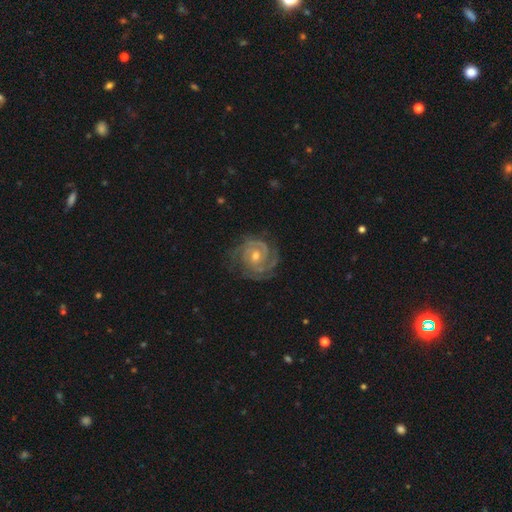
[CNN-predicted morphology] featured or disk 90%, star or artifact 5%, smooth 5%. Down the decision tree: edge-on disk — no (98%); bar — no (62%); spiral arms — yes (98%); spiral arm count — 2 (44%); spiral winding — tight (76%); bulge size — moderate (56%); merging — none (78%).